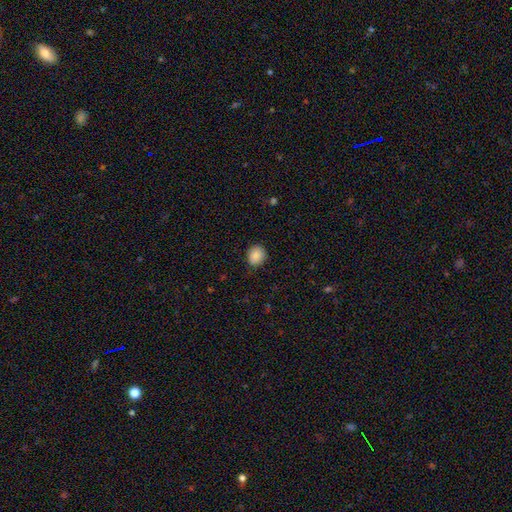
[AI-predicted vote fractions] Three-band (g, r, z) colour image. It shows a smooth galaxy with no disk features (87%) that is round (75%). Merging: none (84%).